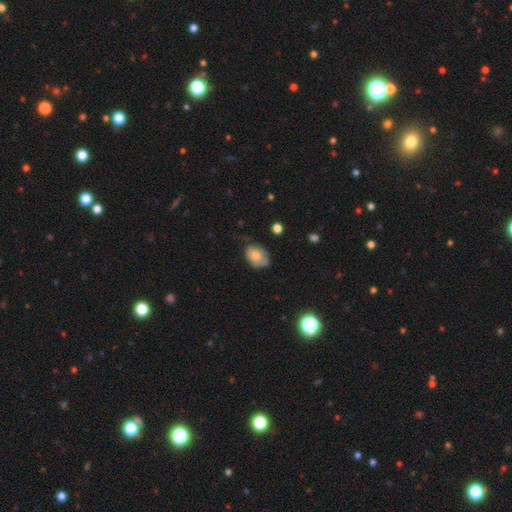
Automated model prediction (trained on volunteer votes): A smooth galaxy with no disk features (73%) that is in between round and cigar-shaped (79%).

Vote fractions:
- Smooth or featured? smooth: 73% / featured or disk: 20% / star or artifact: 8%
- How rounded? in between: 79% / round: 20% / cigar-shaped: 1%
- Merging? none: 50% / minor disturbance: 36% / major disturbance: 12% / merger: 2%